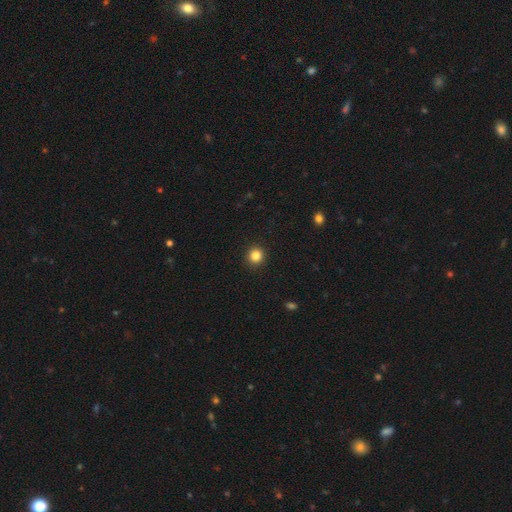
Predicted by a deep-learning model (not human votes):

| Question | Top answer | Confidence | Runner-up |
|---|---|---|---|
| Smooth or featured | smooth | 84% | star or artifact (11%) |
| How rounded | round | 92% | in between (7%) |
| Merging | none | 92% | minor disturbance (5%) |